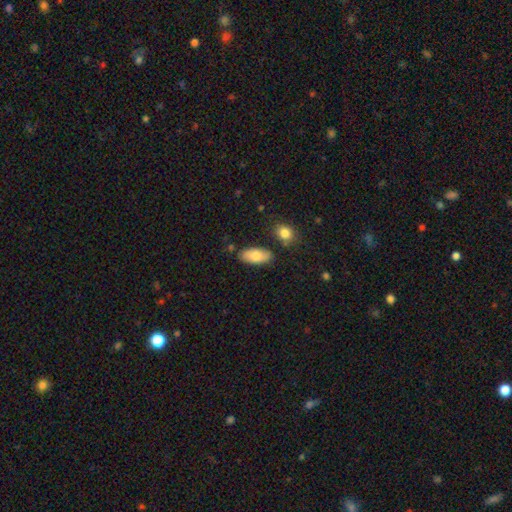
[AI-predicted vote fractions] This appears to be a smooth galaxy with no disk features (81%) that is in between round and cigar-shaped (90%). Merging: none (82%).